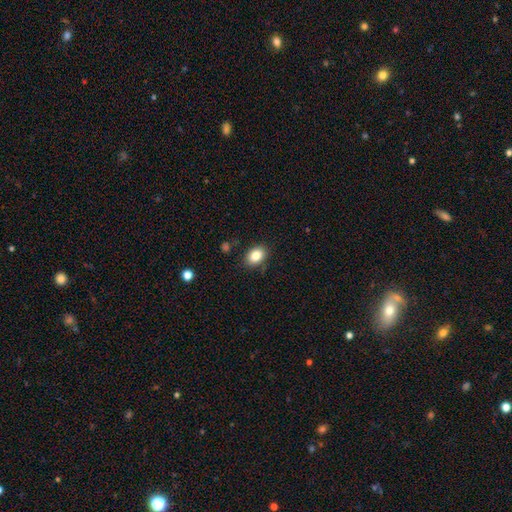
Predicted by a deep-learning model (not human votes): Smooth or featured? Predicted: smooth (p=0.84). How rounded? Predicted: in between (p=0.77). Merging? Predicted: none (p=0.85).